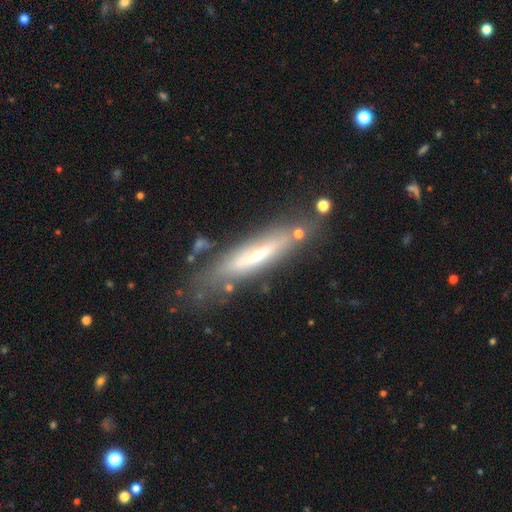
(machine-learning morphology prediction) featured or disk 58%, smooth 34%, star or artifact 8%. Down the decision tree: edge-on disk — yes (75%); merging — none (70%).